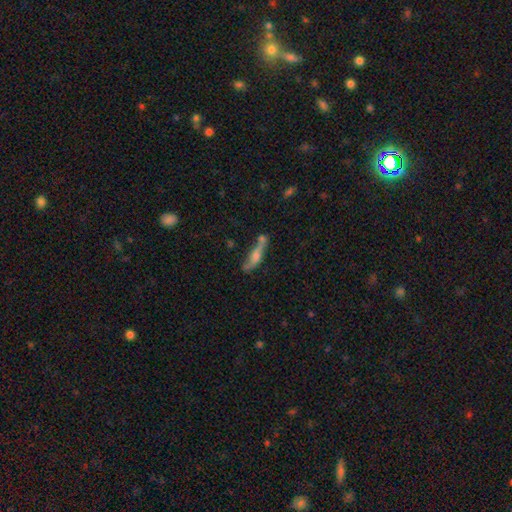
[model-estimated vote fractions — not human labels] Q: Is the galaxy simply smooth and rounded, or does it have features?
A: smooth — 48%.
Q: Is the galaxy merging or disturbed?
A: none — 45%.